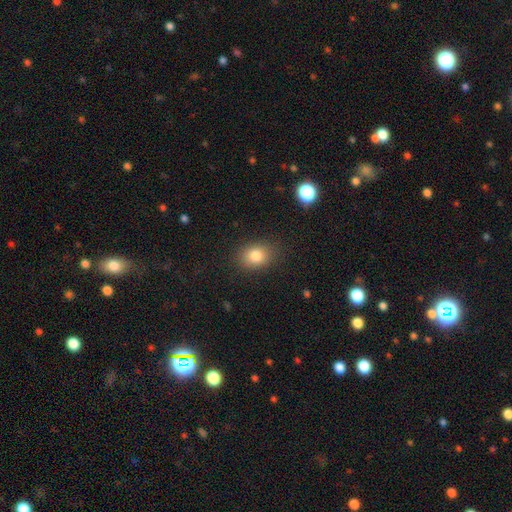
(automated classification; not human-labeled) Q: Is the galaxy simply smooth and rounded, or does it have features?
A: smooth — 81%.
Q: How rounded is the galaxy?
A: in between — 63%.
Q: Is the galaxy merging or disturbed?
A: none — 83%.